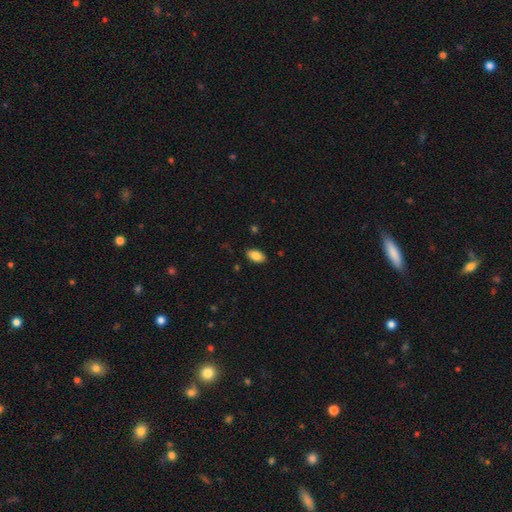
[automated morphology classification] A smooth galaxy with no disk features (86%) that is in between round and cigar-shaped (94%).

Vote fractions:
- Smooth or featured? smooth: 86% / star or artifact: 7% / featured or disk: 7%
- How rounded? in between: 94% / round: 4% / cigar-shaped: 3%
- Merging? none: 88% / minor disturbance: 9% / major disturbance: 2% / merger: 1%